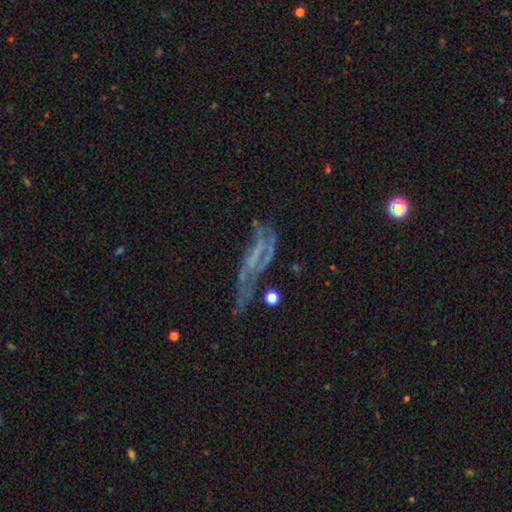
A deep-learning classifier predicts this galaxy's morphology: Smooth or featured?
  - featured or disk: 57% *
  - smooth: 22%
  - star or artifact: 21%
Edge-on disk?
  - no: 74% *
  - yes: 26%
Merging?
  - none: 38% *
  - major disturbance: 33%
  - minor disturbance: 22%
  - merger: 8%